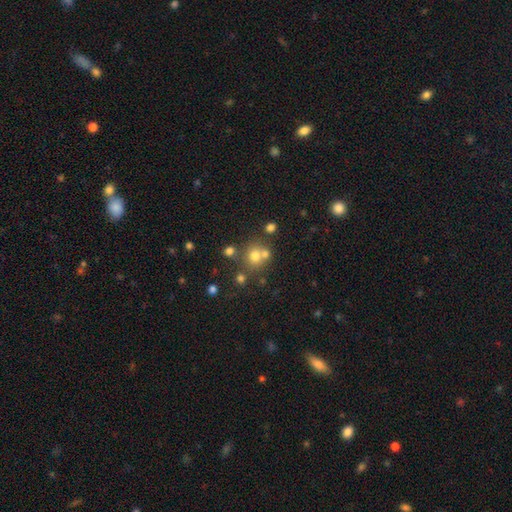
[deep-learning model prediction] Morphology: type=smooth (68%); roundness=round (85%); merging=none (57%).